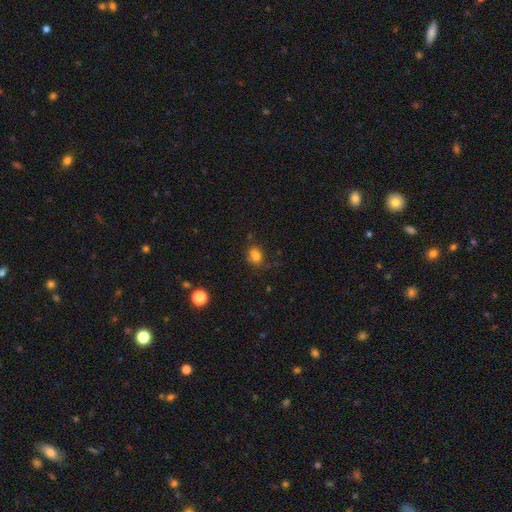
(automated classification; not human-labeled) Morphology: type=smooth (78%); roundness=in between (50%); merging=none (66%).